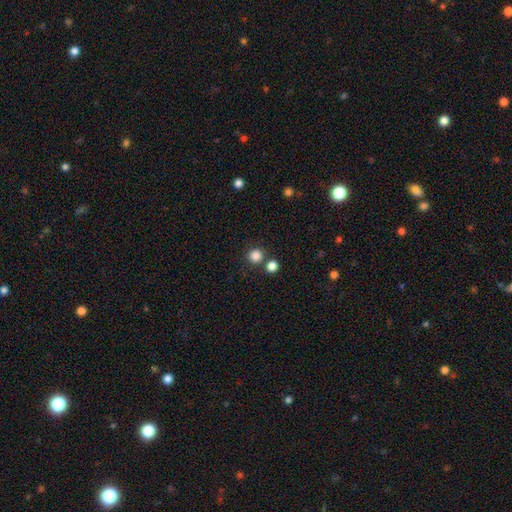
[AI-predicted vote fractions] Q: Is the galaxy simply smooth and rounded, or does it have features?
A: smooth — 84%.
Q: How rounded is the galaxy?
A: round — 93%.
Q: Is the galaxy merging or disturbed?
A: none — 78%.